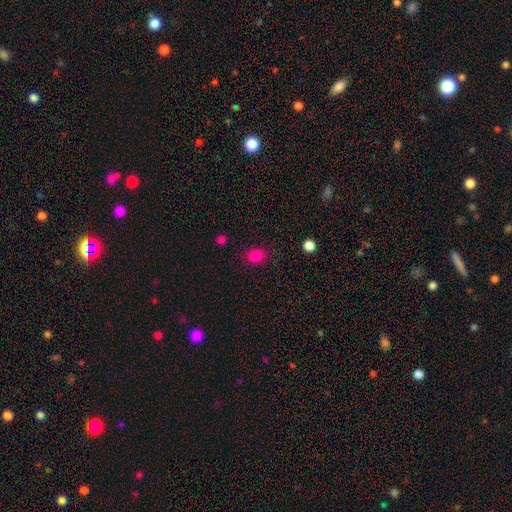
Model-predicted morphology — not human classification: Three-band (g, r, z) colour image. It shows a smooth galaxy with no disk features (83%) that is round (66%). Merging: none (87%).